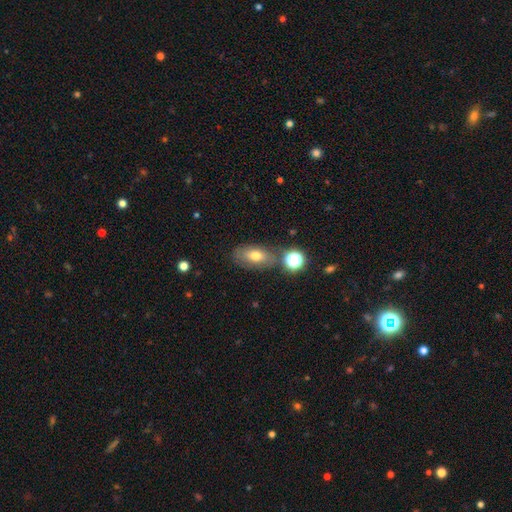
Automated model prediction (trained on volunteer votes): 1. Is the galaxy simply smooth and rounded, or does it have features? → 65% smooth, 22% featured or disk, 12% star or artifact.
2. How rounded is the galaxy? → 85% in between, 10% round, 5% cigar-shaped.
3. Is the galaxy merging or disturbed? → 69% none, 16% minor disturbance, 9% merger, 5% major disturbance.